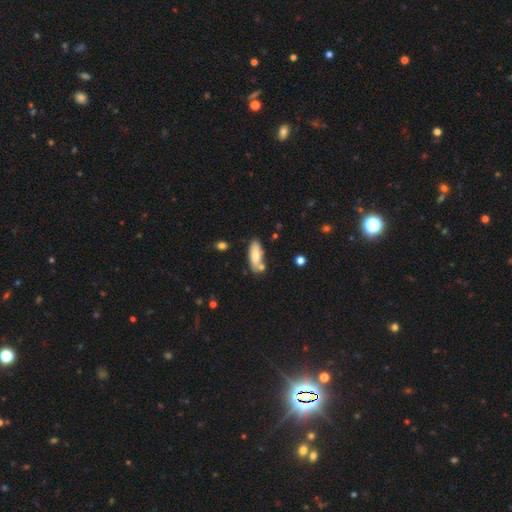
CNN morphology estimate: Smooth or featured?
  - smooth: 73% *
  - featured or disk: 20%
  - star or artifact: 6%
How rounded?
  - in between: 70% *
  - cigar-shaped: 28%
  - round: 2%
Merging?
  - none: 64% *
  - minor disturbance: 17%
  - merger: 15%
  - major disturbance: 4%